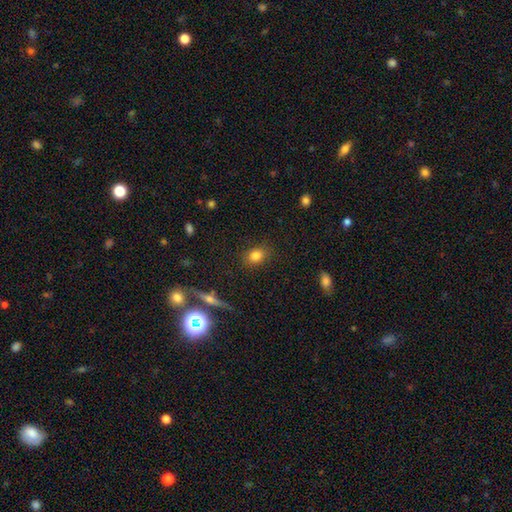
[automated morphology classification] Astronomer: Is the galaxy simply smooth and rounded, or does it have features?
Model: smooth — 81%.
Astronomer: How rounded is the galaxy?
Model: in between — 52% (runner-up: round, 46%).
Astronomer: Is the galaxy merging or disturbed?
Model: none — 85%.